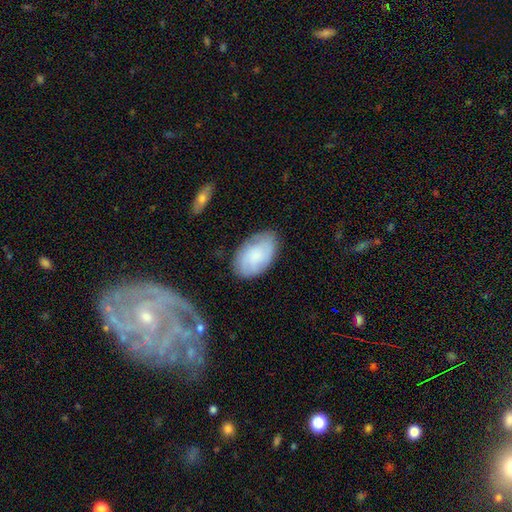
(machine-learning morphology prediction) A smooth galaxy with no disk features (62%) that is in between round and cigar-shaped (92%).

Vote fractions:
- Smooth or featured? smooth: 62% / featured or disk: 30% / star or artifact: 8%
- How rounded? in between: 92% / round: 6% / cigar-shaped: 1%
- Merging? none: 75% / minor disturbance: 18% / major disturbance: 5% / merger: 2%